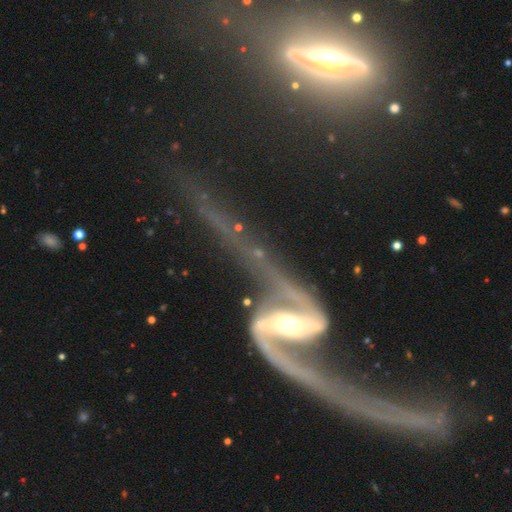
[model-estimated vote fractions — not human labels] Smooth or featured?
  - featured or disk: 88% *
  - star or artifact: 7%
  - smooth: 5%
Edge-on disk?
  - no: 89% *
  - yes: 11%
Bar?
  - strong: 49% *
  - weak: 32%
  - no: 20%
Spiral arms?
  - yes: 95% *
  - no: 5%
Spiral winding?
  - loose: 71% *
  - medium: 20%
  - tight: 9%
Spiral arm count?
  - 2: 92% *
  - 1: 2%
  - can't tell: 2%
  - 3: 1%
  - 4: 1%
  - more than 4: 1%
Bulge size?
  - moderate: 52% *
  - small: 34%
  - large: 8%
  - none: 3%
  - dominant: 2%
Merging?
  - none: 38% *
  - major disturbance: 30%
  - merger: 17%
  - minor disturbance: 15%